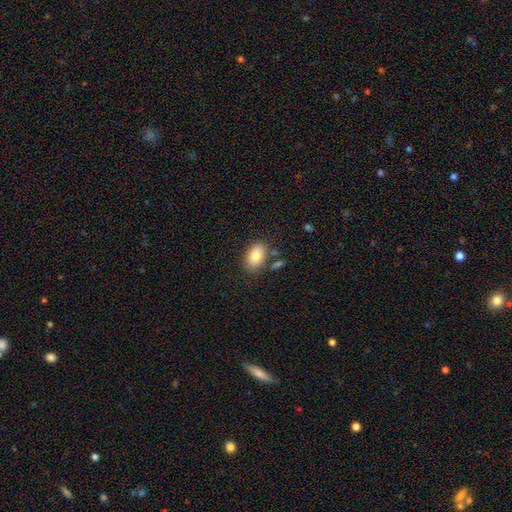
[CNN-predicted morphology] Overall: smooth (81%). How rounded: in between (87%). Merging: none (76%).